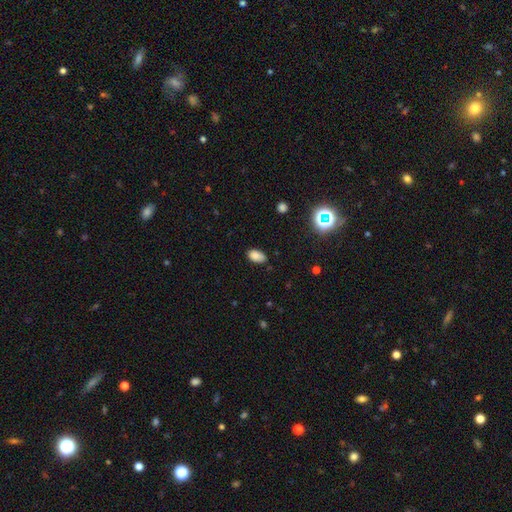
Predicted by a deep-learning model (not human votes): This appears to be a smooth galaxy with no disk features (83%) that is in between round and cigar-shaped (92%). Merging: none (71%).